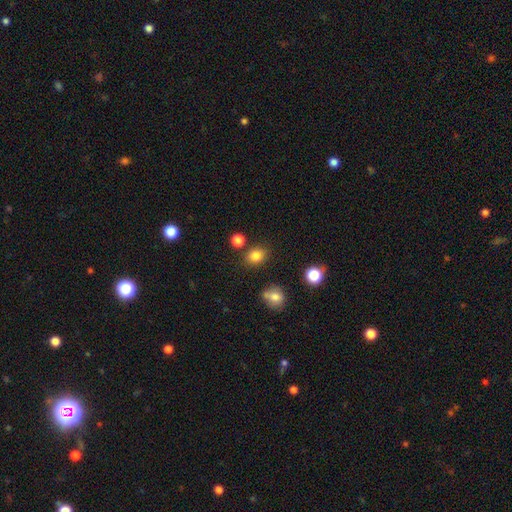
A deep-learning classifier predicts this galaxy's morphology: The model was most divided on "how rounded": round: 57%, in between: 42%, cigar-shaped: 1%. More confident: smooth or featured — smooth (82%); merging — none (80%).